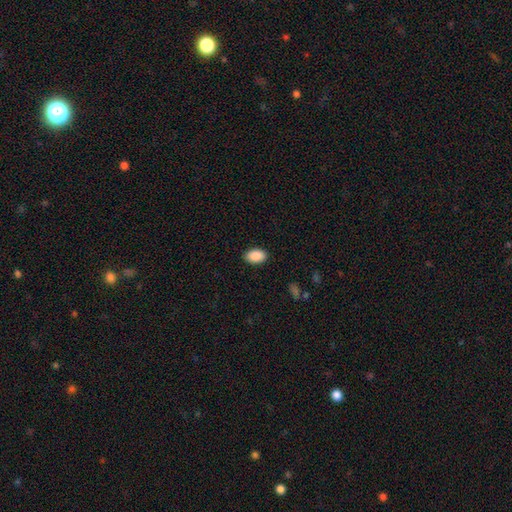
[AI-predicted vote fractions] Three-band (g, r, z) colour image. It shows a smooth galaxy with no disk features (90%) that is in between round and cigar-shaped (92%). Merging: none (89%).